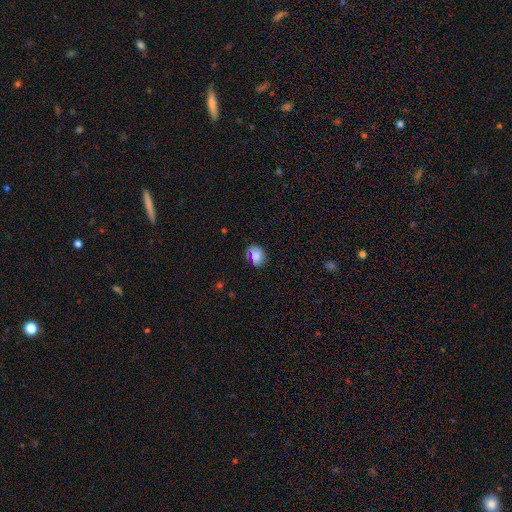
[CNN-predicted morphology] Smooth or featured? smooth (74%)
How rounded? in between (58%)
Merging? none (60%)